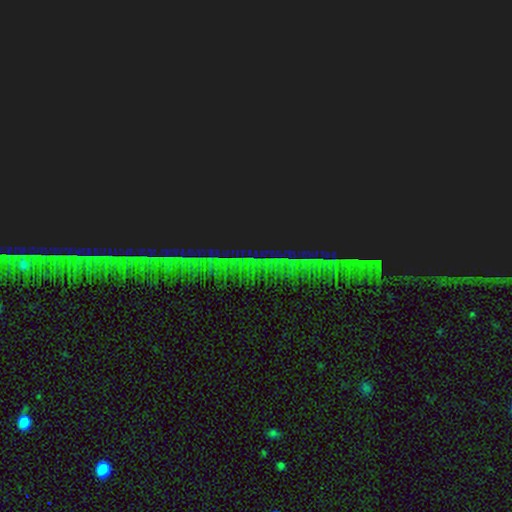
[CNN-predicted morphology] A star or artifact, not a galaxy (87%).